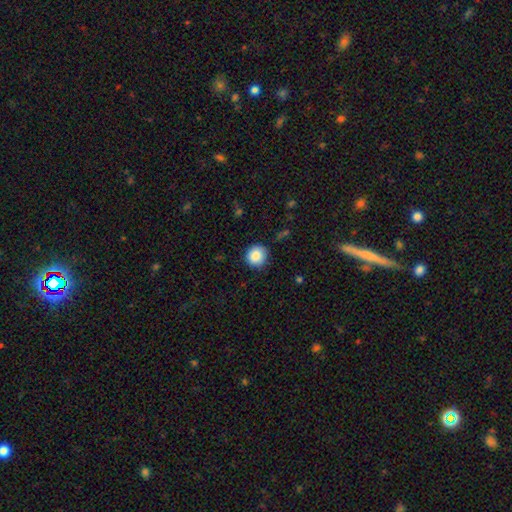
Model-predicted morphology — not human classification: Overall: smooth (86%). How rounded: round (92%). Merging: none (86%).